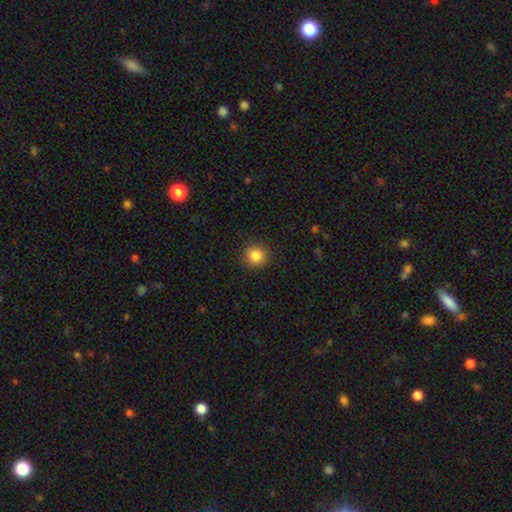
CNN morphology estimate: The model was most divided on "smooth or featured": smooth: 85%, star or artifact: 10%, featured or disk: 5%. More confident: how rounded — round (92%); merging — none (91%).